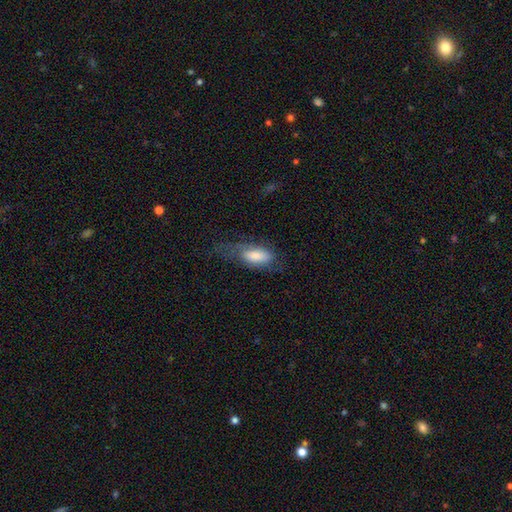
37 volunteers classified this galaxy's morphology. Volunteers were most divided on "smooth or featured": featured or disk: 54%, smooth: 43%, star or artifact: 3%. Remaining: edge-on disk — no (75%); spiral arms — yes (73%); spiral arm count — 2 (64%); spiral winding — medium (64%); bar — no (53%); merging — none (53%); bulge size — large (47%).